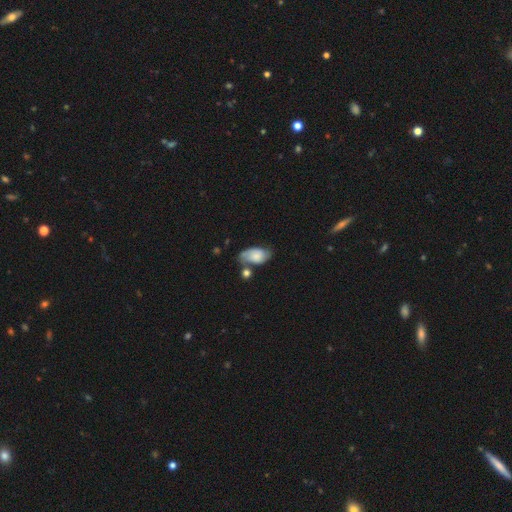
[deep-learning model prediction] smooth-or-featured: smooth: 62% | featured or disk: 30% | star or artifact: 8%
  how-rounded: in between: 91% | round: 7% | cigar-shaped: 2%
  merging: none: 48% | minor disturbance: 27% | merger: 16% | major disturbance: 9%